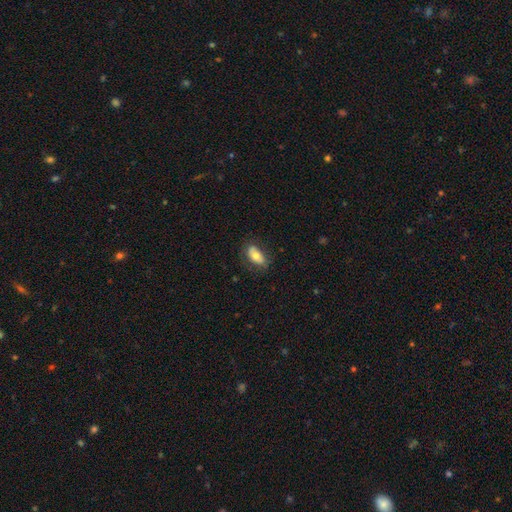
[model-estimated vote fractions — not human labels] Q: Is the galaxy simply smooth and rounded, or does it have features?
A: smooth — 65%.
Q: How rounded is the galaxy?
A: in between — 88%.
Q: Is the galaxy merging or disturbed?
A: none — 75%.